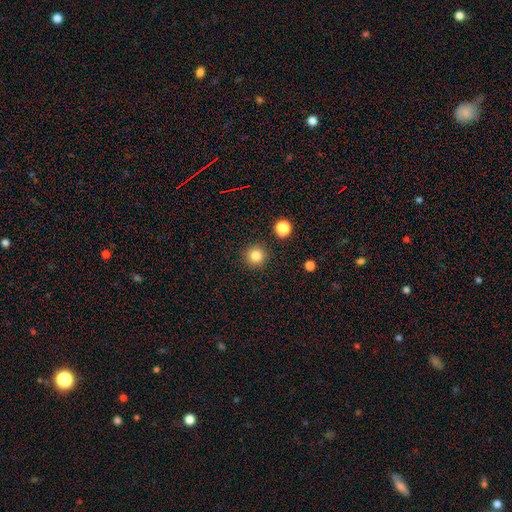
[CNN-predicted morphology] smooth-or-featured: smooth: 83% | star or artifact: 12% | featured or disk: 5%
  how-rounded: round: 95% | in between: 4% | cigar-shaped: 1%
  merging: none: 91% | minor disturbance: 5% | merger: 2% | major disturbance: 2%